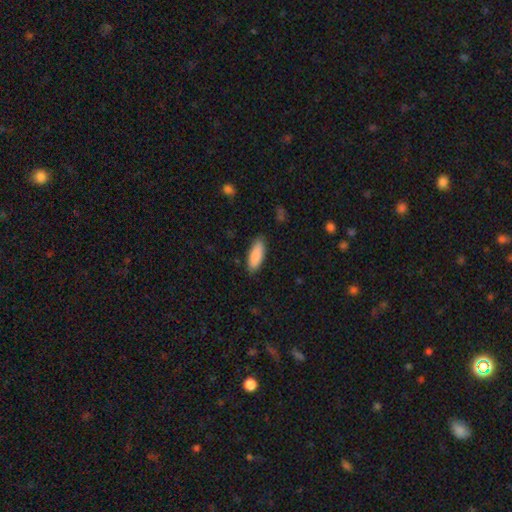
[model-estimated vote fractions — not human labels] smooth-or-featured: smooth: 89% | star or artifact: 6% | featured or disk: 5%
  how-rounded: in between: 67% | cigar-shaped: 32% | round: 1%
  merging: none: 87% | minor disturbance: 10% | major disturbance: 2% | merger: 1%